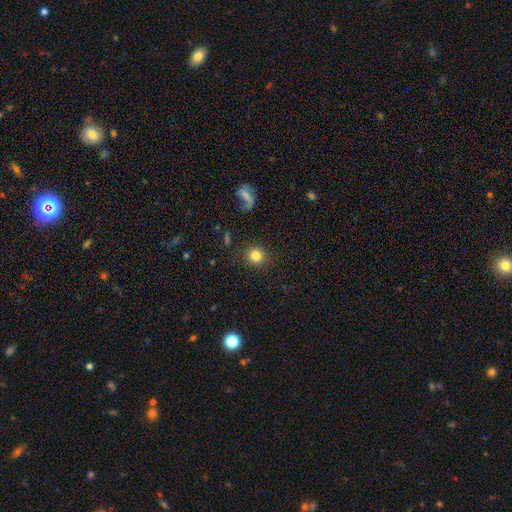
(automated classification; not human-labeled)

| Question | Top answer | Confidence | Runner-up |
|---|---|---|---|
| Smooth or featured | smooth | 82% | star or artifact (11%) |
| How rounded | round | 91% | in between (8%) |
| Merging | none | 88% | minor disturbance (7%) |